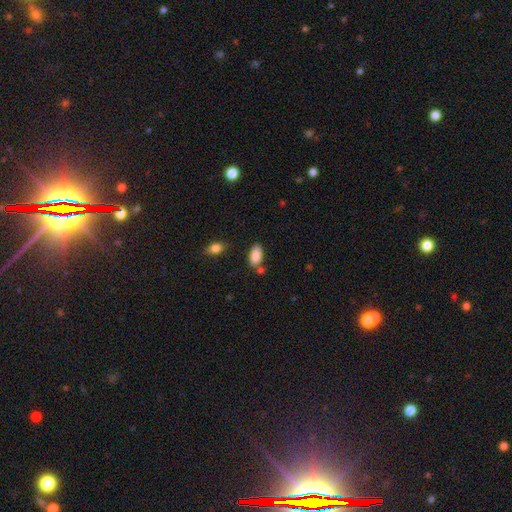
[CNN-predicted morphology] Smooth or featured? Predicted: smooth (p=0.88). How rounded? Predicted: in between (p=0.93). Merging? Predicted: none (p=0.71).